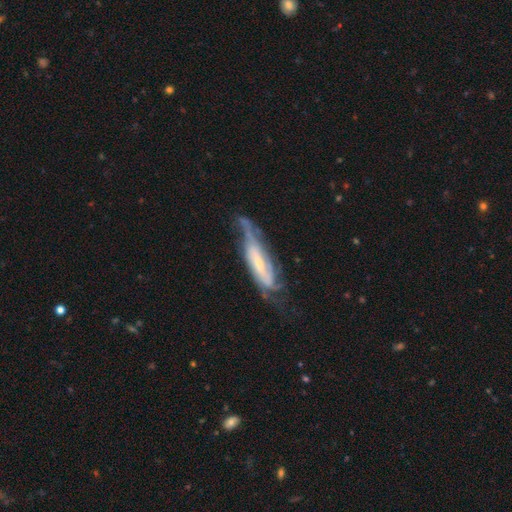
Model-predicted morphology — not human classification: Smooth or featured? featured or disk (75%)
Edge-on disk? no (69%)
Bar? no (44%)
Spiral arms? yes (86%)
Bulge size? small (53%)
Merging? none (49%)